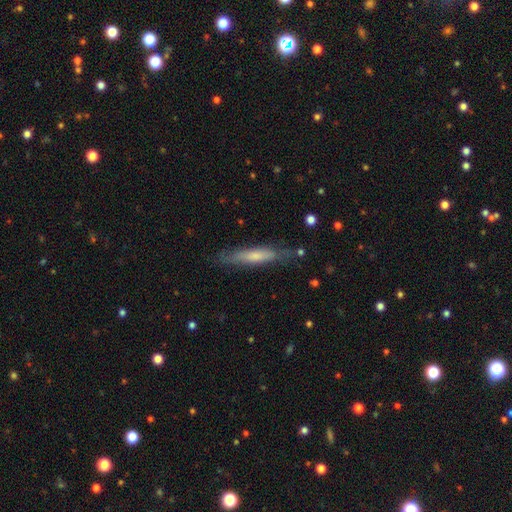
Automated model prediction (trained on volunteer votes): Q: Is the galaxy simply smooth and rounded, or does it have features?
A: smooth — 56%.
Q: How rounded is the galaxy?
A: cigar-shaped — 88%.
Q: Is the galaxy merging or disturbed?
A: none — 78%.